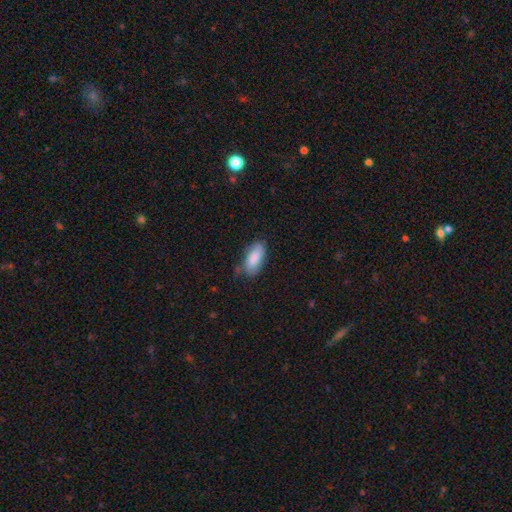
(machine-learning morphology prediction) Q: Smooth or featured?
A: smooth (85%); runner-up: featured or disk (8%)
Q: How rounded?
A: in between (86%); runner-up: cigar-shaped (12%)
Q: Merging?
A: none (71%); runner-up: minor disturbance (23%)